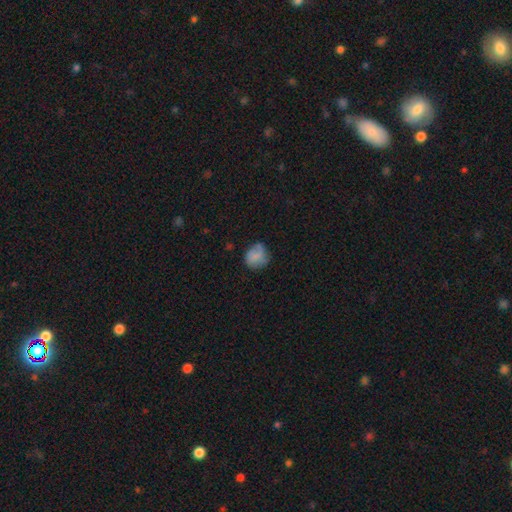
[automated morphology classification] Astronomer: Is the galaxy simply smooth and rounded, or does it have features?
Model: smooth — 72%.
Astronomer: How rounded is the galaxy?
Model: round — 70%.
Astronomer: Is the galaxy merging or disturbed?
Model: none — 55% (runner-up: minor disturbance, 32%).